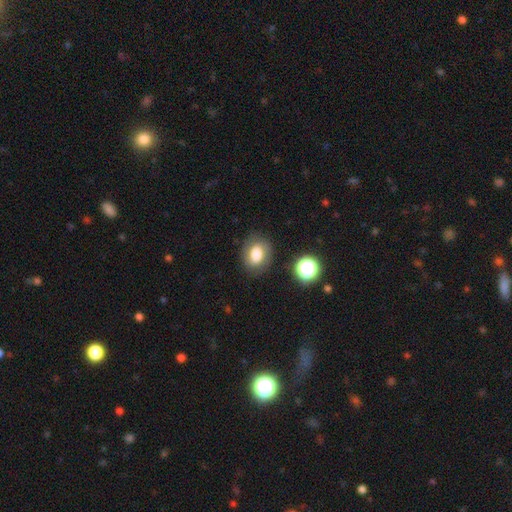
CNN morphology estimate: type=smooth (74%); roundness=in between (62%); merging=none (81%).